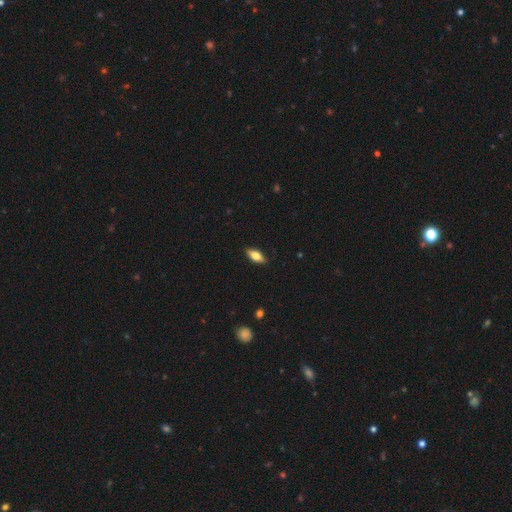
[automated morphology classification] Smooth or featured? Predicted: smooth (p=0.70). How rounded? Predicted: in between (p=0.82). Merging? Predicted: none (p=0.88).